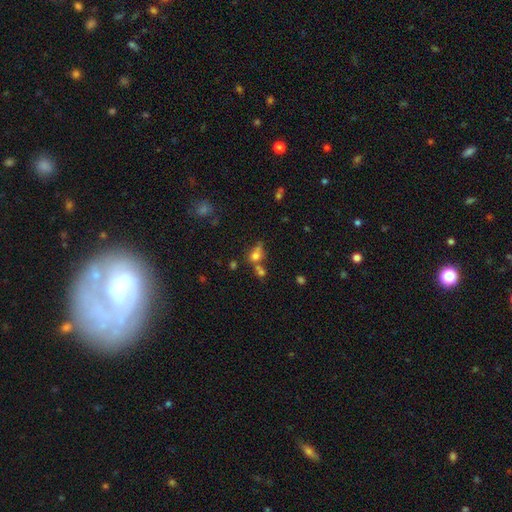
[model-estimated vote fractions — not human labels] This is likely a smooth galaxy (66%). How rounded: possibly round (51%). Merging: marginally merger (38%).